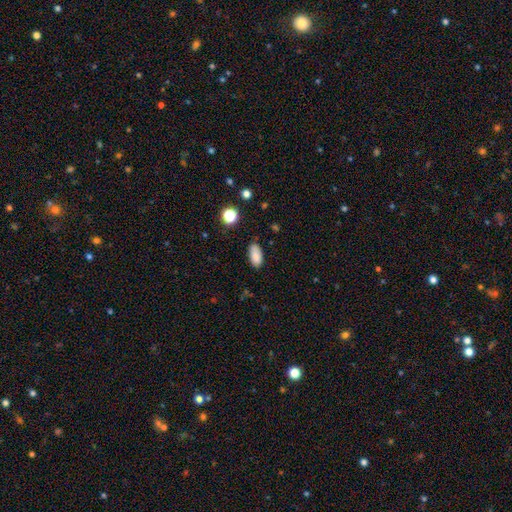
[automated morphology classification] The model was most divided on "merging": none: 83%, minor disturbance: 13%, major disturbance: 3%, merger: 1%. More confident: how rounded — in between (90%); smooth or featured — smooth (86%).